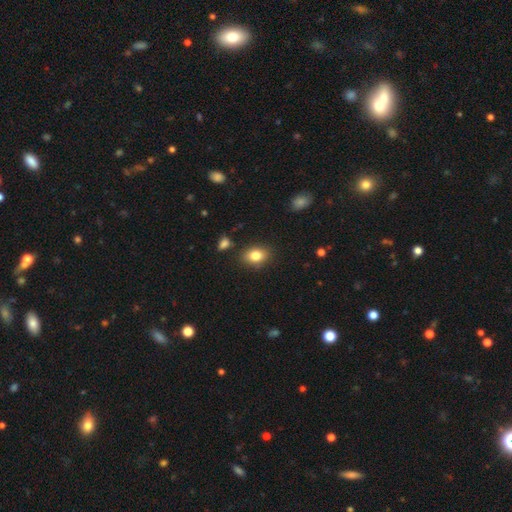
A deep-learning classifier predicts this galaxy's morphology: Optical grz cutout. It shows a smooth galaxy with no disk features (83%) that is in between round and cigar-shaped (72%). Merging: none (84%).